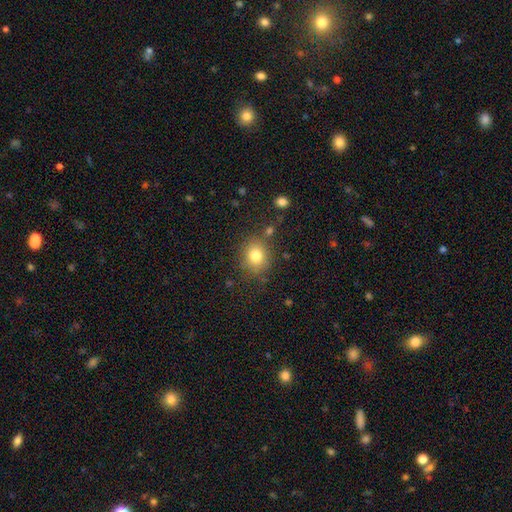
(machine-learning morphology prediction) Q: Smooth or featured?
A: smooth (80%); runner-up: star or artifact (11%)
Q: How rounded?
A: round (69%); runner-up: in between (30%)
Q: Merging?
A: none (78%); runner-up: minor disturbance (13%)